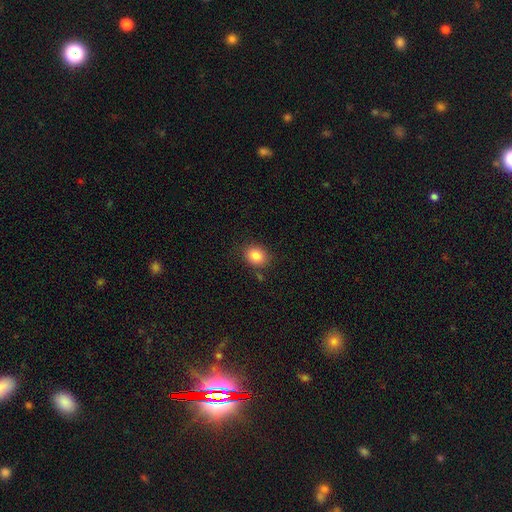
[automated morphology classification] A smooth galaxy with no disk features (85%) that is round (59%).

Vote fractions:
- Smooth or featured? smooth: 85% / star or artifact: 10% / featured or disk: 6%
- How rounded? round: 59% / in between: 40% / cigar-shaped: 1%
- Merging? none: 83% / minor disturbance: 11% / merger: 3% / major disturbance: 3%